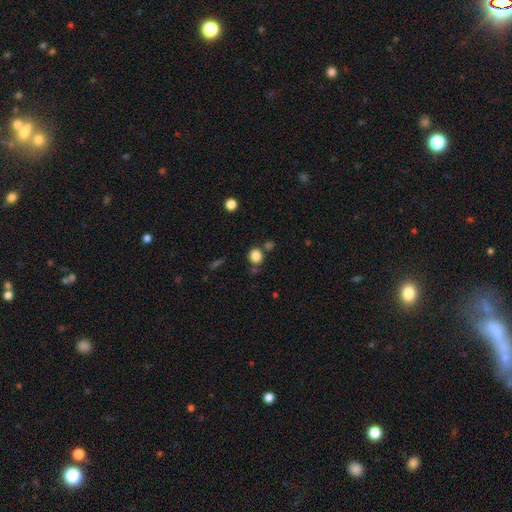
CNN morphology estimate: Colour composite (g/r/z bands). It shows a smooth galaxy with no disk features (84%) that is round (81%). Merging: none (75%).